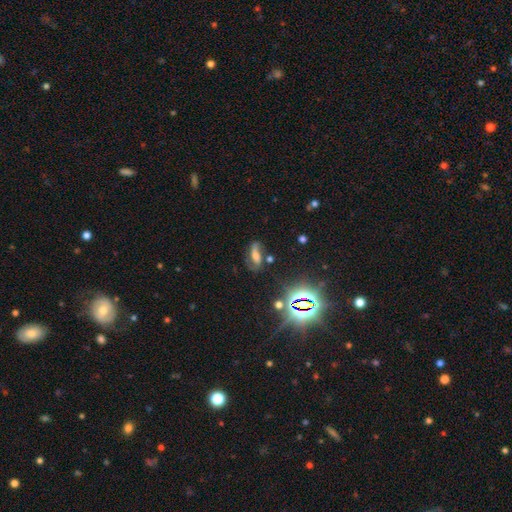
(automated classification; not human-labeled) This appears to be a featured or disk galaxy (45%). Merging: none (55%).